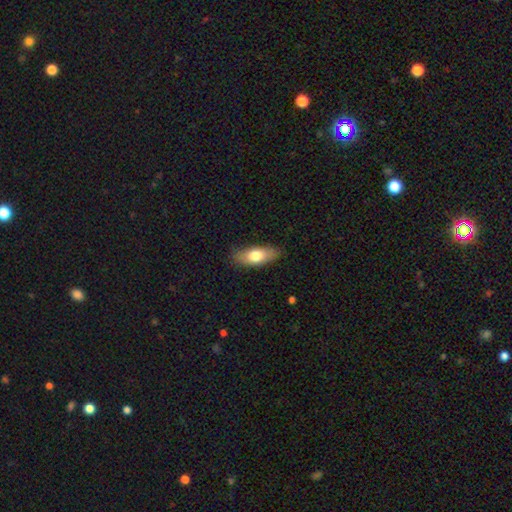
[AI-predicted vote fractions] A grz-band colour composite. It shows a smooth galaxy with no disk features (71%) that is in between round and cigar-shaped (73%). Merging: none (84%).